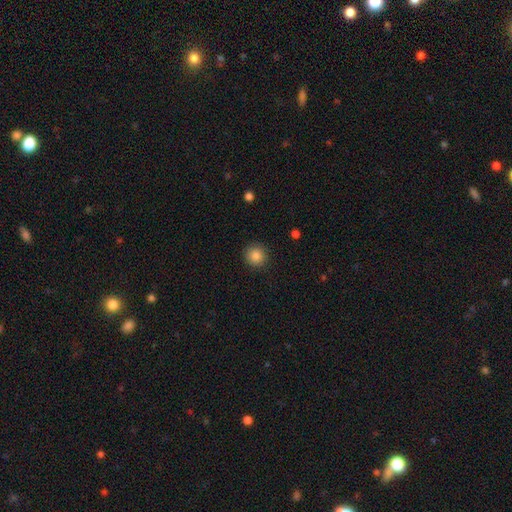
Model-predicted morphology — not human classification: Overall: smooth (85%). How rounded: round (93%). Merging: none (90%).